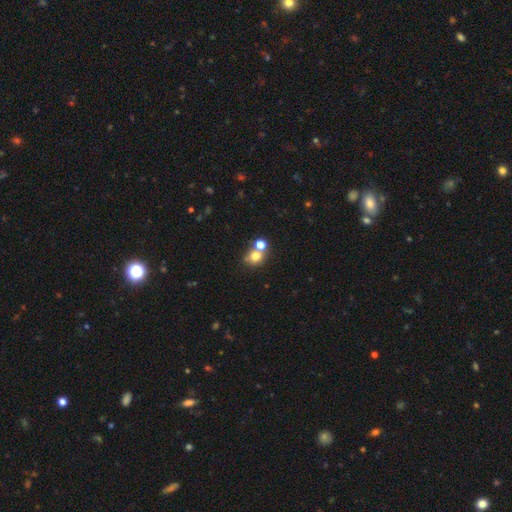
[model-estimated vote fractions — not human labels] The model was most divided on "merging": none: 47%, merger: 40%, minor disturbance: 9%, major disturbance: 4%. More confident: smooth or featured — smooth (73%); how rounded — round (73%).